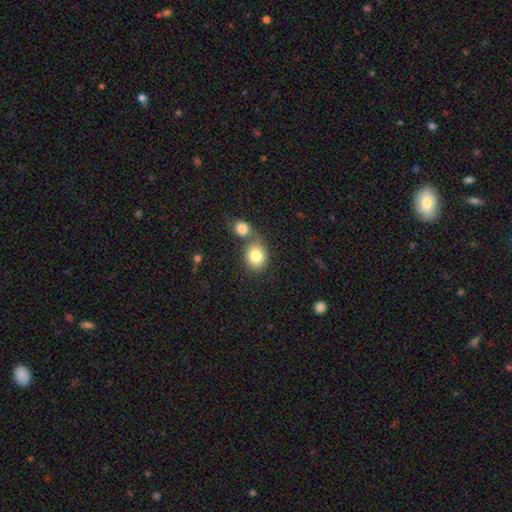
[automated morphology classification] A smooth galaxy with no disk features (82%) that is round (60%).

Vote fractions:
- Smooth or featured? smooth: 82% / featured or disk: 10% / star or artifact: 9%
- How rounded? round: 60% / in between: 39% / cigar-shaped: 1%
- Merging? none: 42% (tied) / merger: 42% (tied) / minor disturbance: 11% / major disturbance: 5%